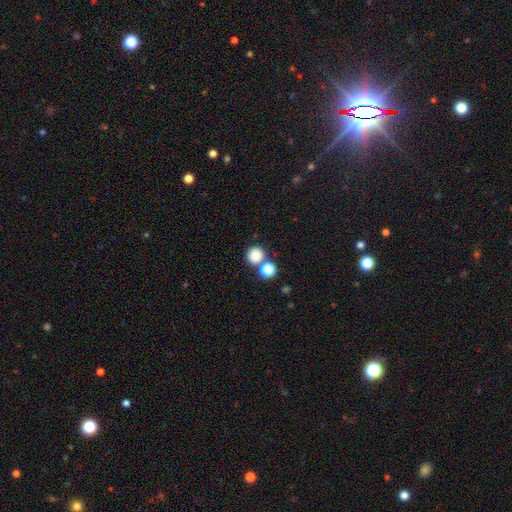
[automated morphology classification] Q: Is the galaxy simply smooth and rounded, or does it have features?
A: smooth — 83%.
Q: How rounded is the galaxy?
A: round — 90%.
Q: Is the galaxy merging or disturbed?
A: none — 62%.